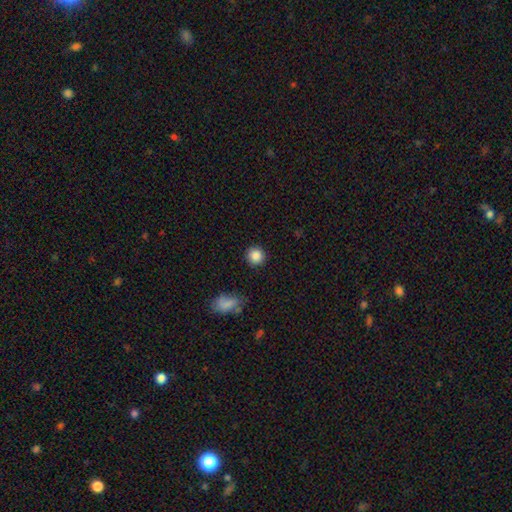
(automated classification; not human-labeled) Morphology: type=smooth (86%); roundness=round (92%); merging=none (90%).